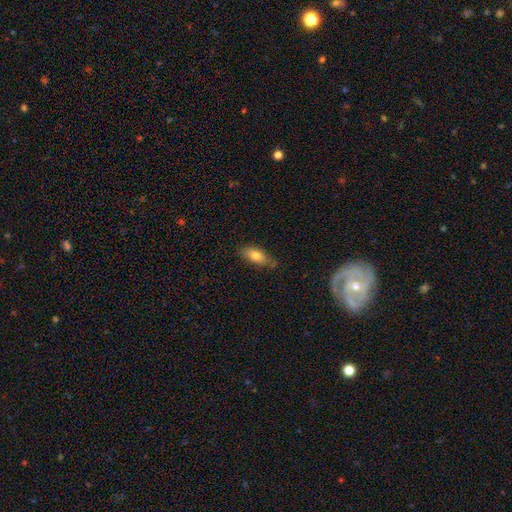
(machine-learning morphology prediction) Smooth or featured? smooth (77%)
How rounded? in between (80%)
Merging? none (71%)